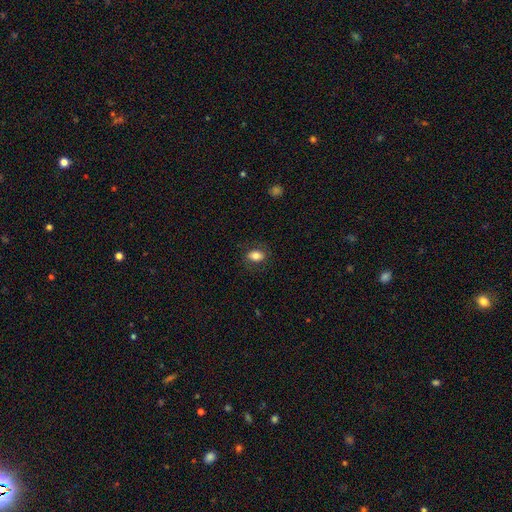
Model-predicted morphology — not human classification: Smooth or featured: smooth — 80% (featured or disk — 11%)
How rounded: in between — 77% (round — 21%)
Merging: none — 81% (minor disturbance — 13%)